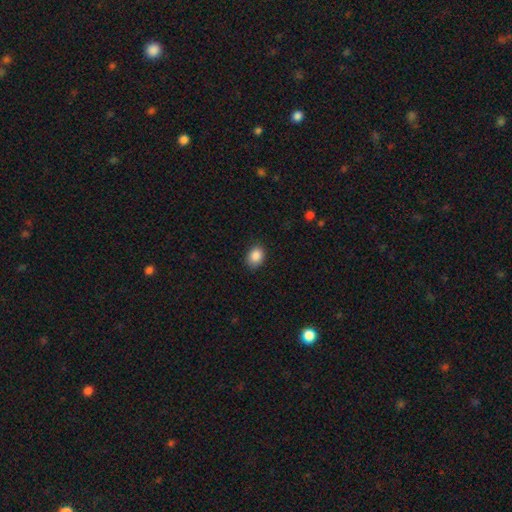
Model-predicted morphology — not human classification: smooth_or_featured: smooth (p=0.88) [alt: star or artifact p=0.09]
how_rounded: in between (p=0.66) [alt: round p=0.33]
merging: none (p=0.85) [alt: minor disturbance p=0.11]